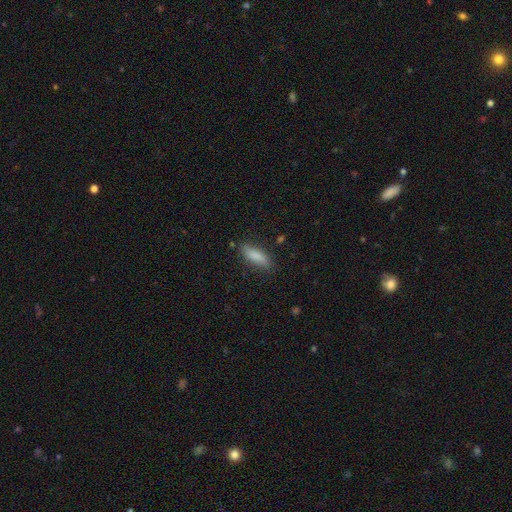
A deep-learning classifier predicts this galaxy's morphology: Smooth or featured?
  - smooth: 86% *
  - featured or disk: 8%
  - star or artifact: 7%
How rounded?
  - in between: 60% *
  - cigar-shaped: 38%
  - round: 2%
Merging?
  - none: 82% *
  - minor disturbance: 13%
  - major disturbance: 3%
  - merger: 2%